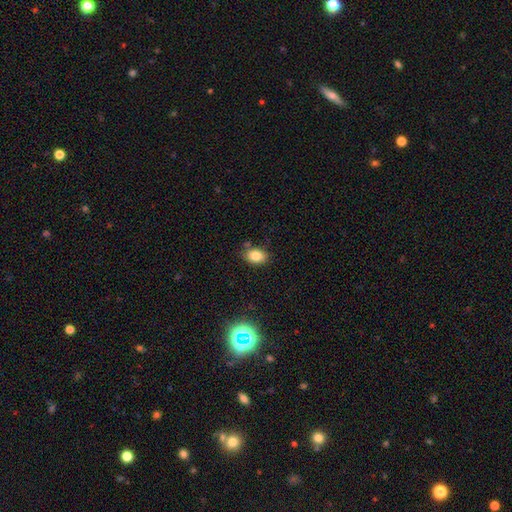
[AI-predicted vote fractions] A smooth galaxy with no disk features (83%) that is in between round and cigar-shaped (79%). Merging: none (76%).